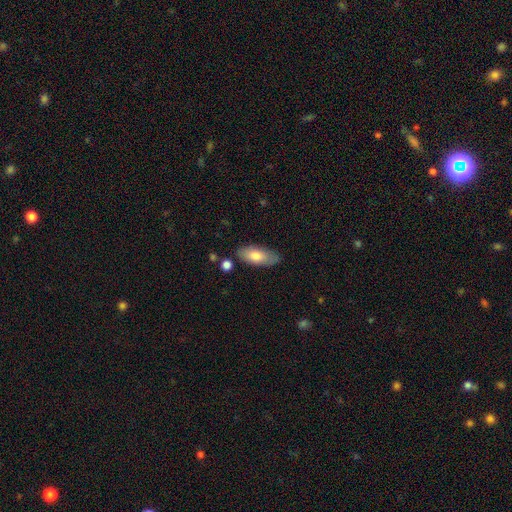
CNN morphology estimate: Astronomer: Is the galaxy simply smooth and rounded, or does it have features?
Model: smooth — 76%.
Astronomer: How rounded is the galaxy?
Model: in between — 82%.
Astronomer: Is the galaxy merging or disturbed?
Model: none — 78%.